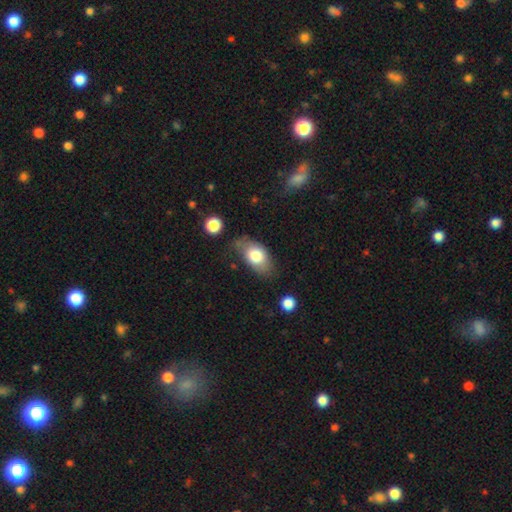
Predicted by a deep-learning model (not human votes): Overall: smooth (75%). How rounded: in between (88%). Merging: none (59%; minor disturbance 28%).